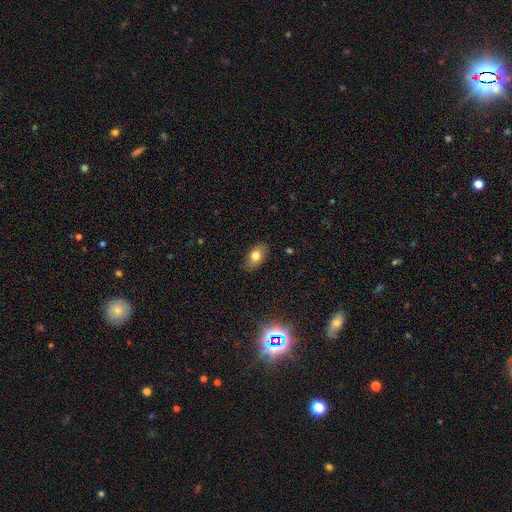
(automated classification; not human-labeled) Overall: smooth (76%). How rounded: in between (89%). Merging: none (84%).